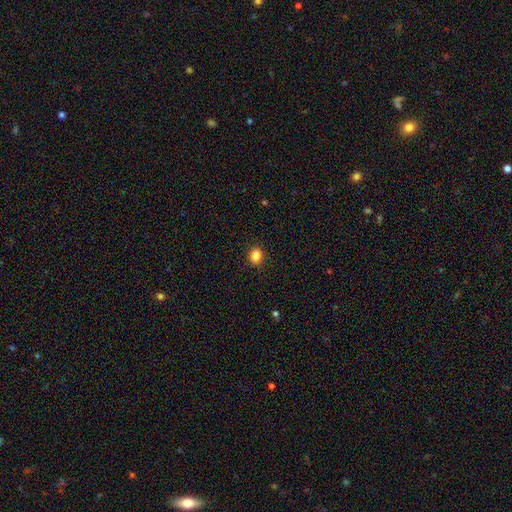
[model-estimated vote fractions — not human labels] This is clearly a smooth galaxy (86%). How rounded: possibly round (57%). Merging: clearly none (89%).